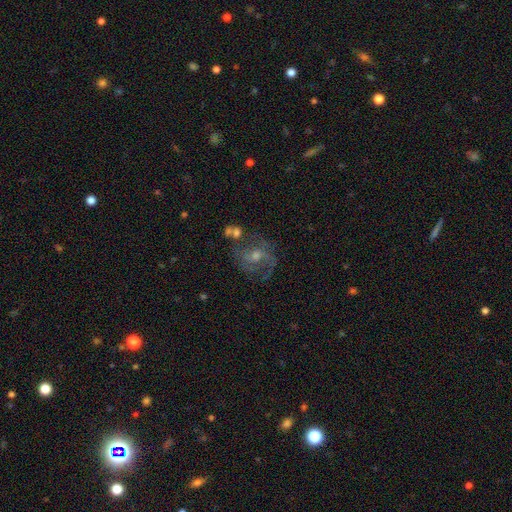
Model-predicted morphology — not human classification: Overall: featured or disk (72%). Edge-on disk: no (97%). Bar: no (52%; weak 40%). Spiral arms: yes (87%). Spiral arm count: 2 (40%; can't tell 27%). Spiral winding: medium (47%; tight 33%). Bulge size: moderate (55%; small 38%). Merging: none (63%).